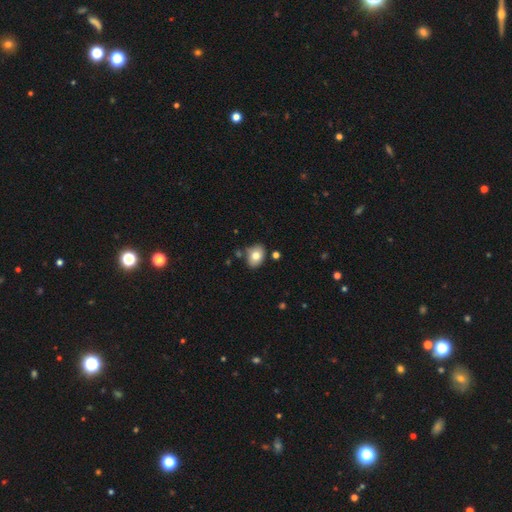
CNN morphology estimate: Q: Smooth or featured?
A: smooth (77%); runner-up: featured or disk (14%)
Q: How rounded?
A: in between (73%); runner-up: round (26%)
Q: Merging?
A: none (78%); runner-up: minor disturbance (14%)